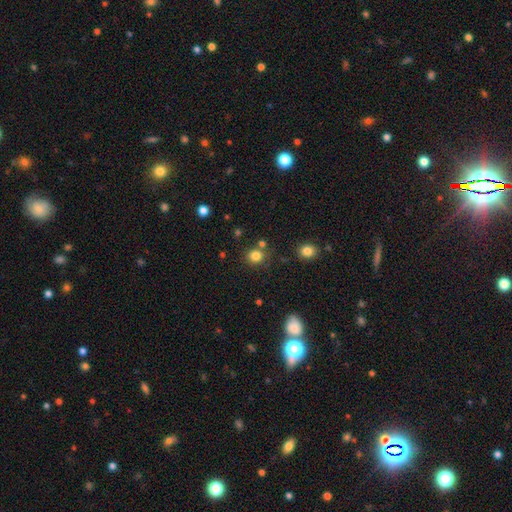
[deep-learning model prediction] A smooth galaxy with no disk features (82%) that is round (82%). Merging: none (78%).